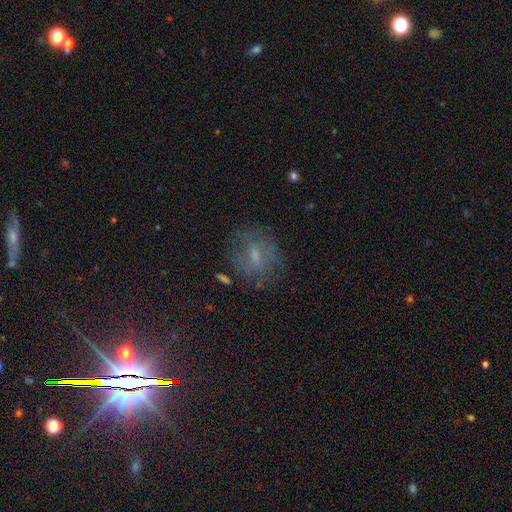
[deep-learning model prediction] Smooth or featured?
  - smooth: 46% *
  - featured or disk: 38%
  - star or artifact: 16%
Merging?
  - none: 67% *
  - minor disturbance: 18%
  - major disturbance: 12%
  - merger: 2%